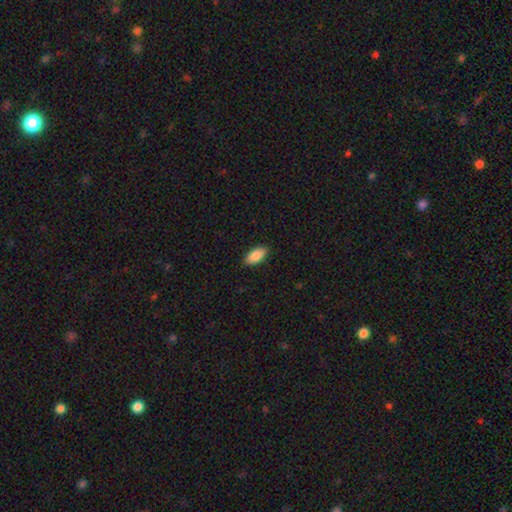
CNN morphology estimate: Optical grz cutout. It shows a smooth galaxy with no disk features (87%) that is in between round and cigar-shaped (91%). Merging: none (88%).